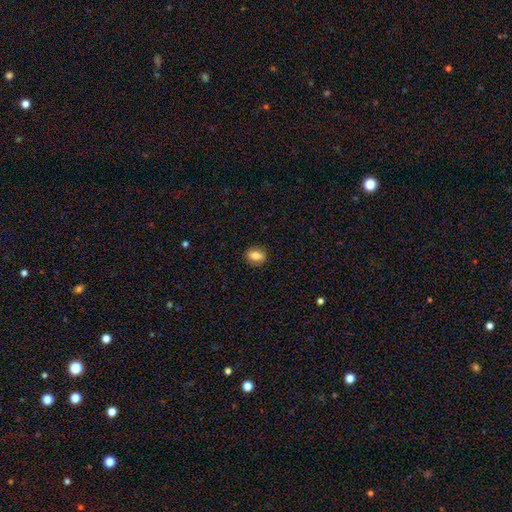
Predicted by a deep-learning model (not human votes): Q: Smooth or featured?
A: smooth (76%); runner-up: featured or disk (16%)
Q: How rounded?
A: in between (64%); runner-up: round (33%)
Q: Merging?
A: none (88%); runner-up: minor disturbance (9%)